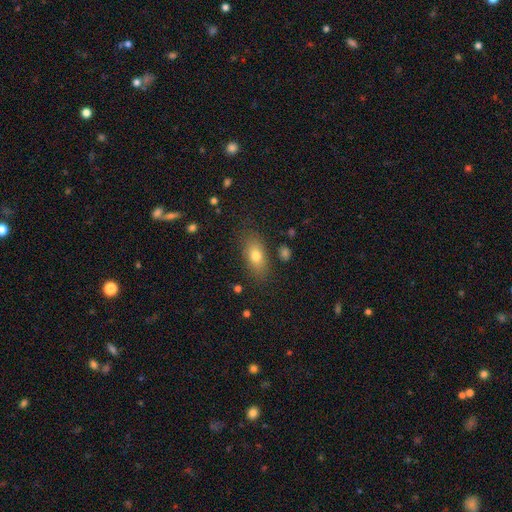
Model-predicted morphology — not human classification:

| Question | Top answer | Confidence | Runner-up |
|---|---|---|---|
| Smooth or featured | smooth | 75% | featured or disk (15%) |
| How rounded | in between | 83% | round (9%) |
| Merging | none | 80% | minor disturbance (13%) |